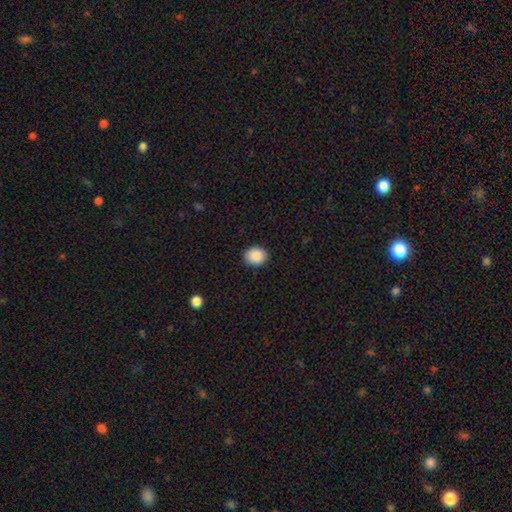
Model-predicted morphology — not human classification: Overall: smooth (89%). How rounded: round (60%; in between 39%). Merging: none (89%).